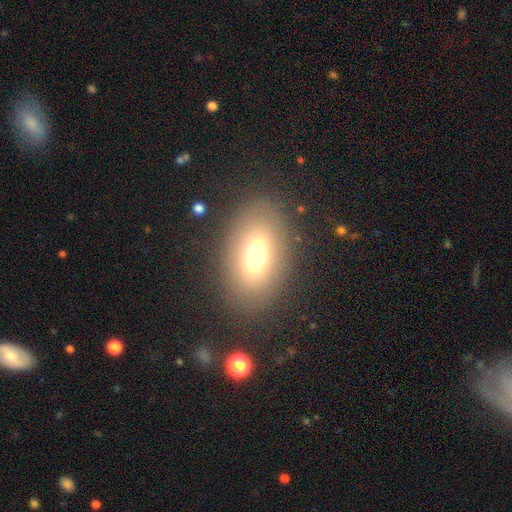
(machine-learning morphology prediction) Q: Smooth or featured?
A: smooth (63%); runner-up: featured or disk (26%)
Q: How rounded?
A: in between (87%); runner-up: round (10%)
Q: Merging?
A: none (83%); runner-up: minor disturbance (10%)